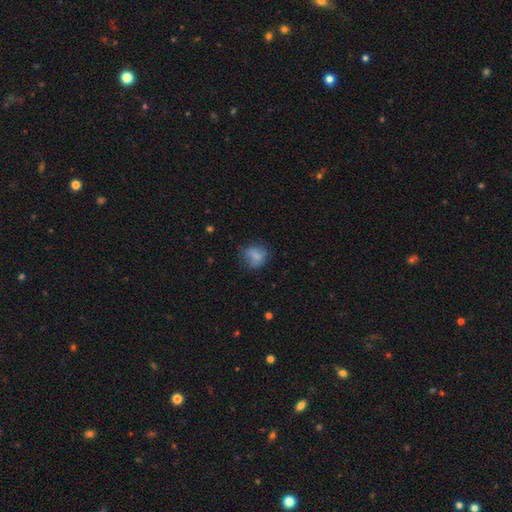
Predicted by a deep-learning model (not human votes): The model was most divided on "how rounded": round: 62%, in between: 37%, cigar-shaped: 2%. More confident: smooth or featured — smooth (74%); merging — none (63%).